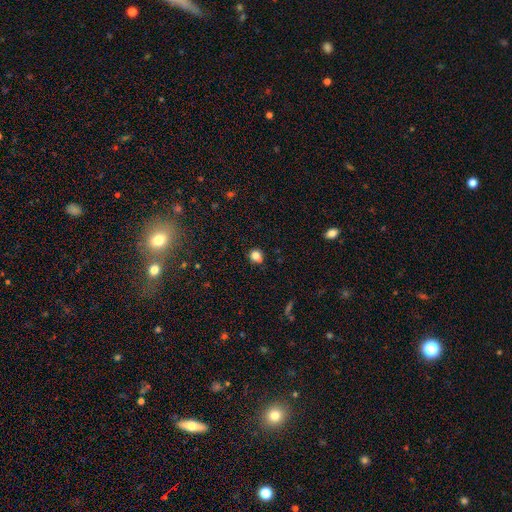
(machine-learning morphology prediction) smooth-or-featured: smooth: 81% | star or artifact: 13% | featured or disk: 6%
  how-rounded: round: 81% | in between: 18% | cigar-shaped: 1%
  merging: none: 74% | minor disturbance: 18% | major disturbance: 4% | merger: 4%